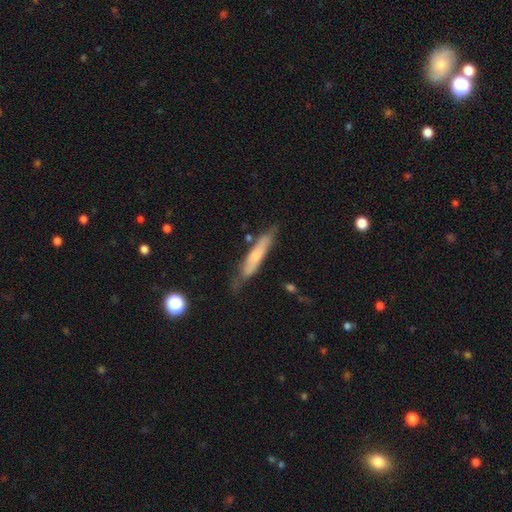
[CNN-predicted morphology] type=smooth (58%); roundness=cigar-shaped (88%); merging=none (65%).